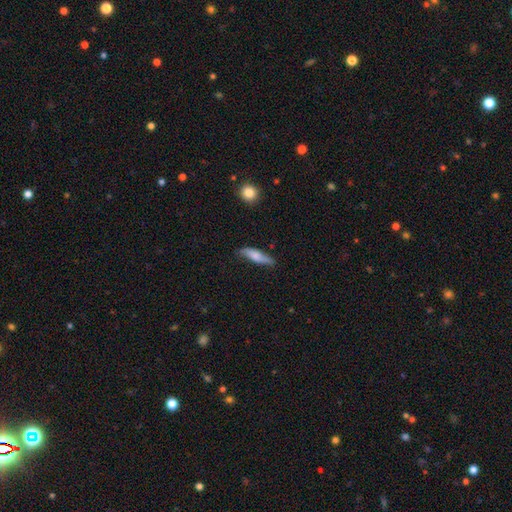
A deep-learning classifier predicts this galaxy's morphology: smooth_or_featured: smooth (p=0.69) [alt: featured or disk p=0.25]
how_rounded: cigar-shaped (p=0.71) [alt: in between p=0.26]
merging: none (p=0.74) [alt: minor disturbance p=0.21]